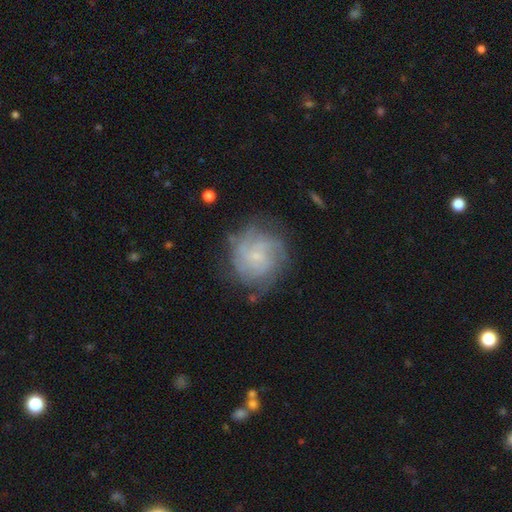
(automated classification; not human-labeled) This appears to be a featured or disk galaxy (73%) with no bar (68%), tight (58%) spiral arms (91%) and a small central bulge (74%). Merging: none (71%).